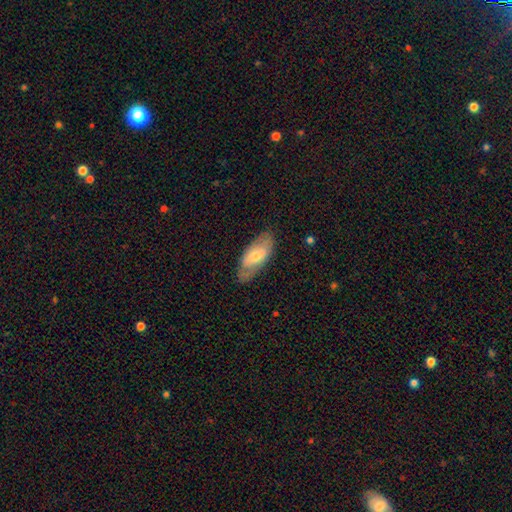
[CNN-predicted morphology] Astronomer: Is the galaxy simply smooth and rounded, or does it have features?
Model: smooth — 49% (runner-up: featured or disk, 45%).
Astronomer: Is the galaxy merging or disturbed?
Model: none — 76%.